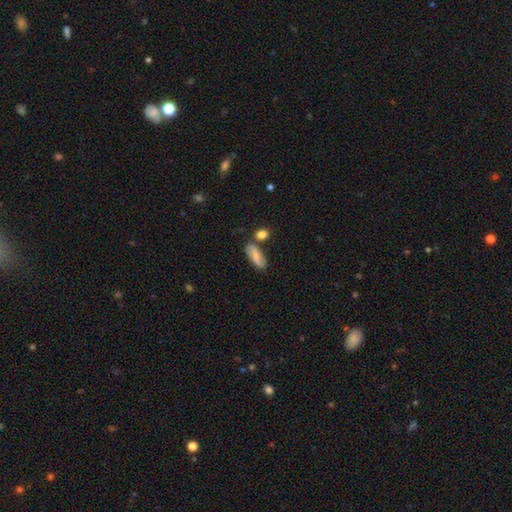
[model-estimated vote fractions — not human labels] This appears to be a smooth galaxy with no disk features (69%) that is in between round and cigar-shaped (70%). Merging: none (67%).